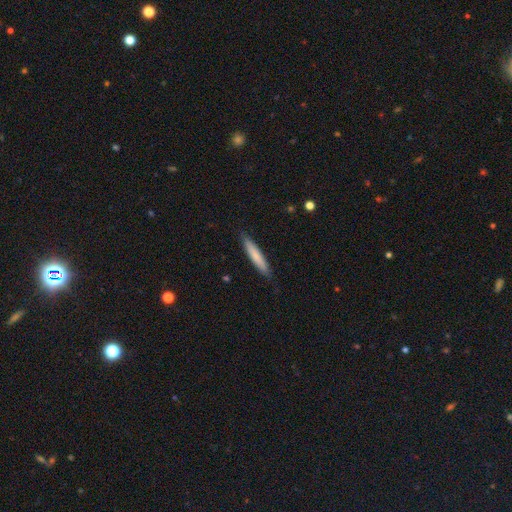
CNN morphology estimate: Smooth or featured? Predicted: smooth (p=0.77). How rounded? Predicted: cigar-shaped (p=0.91). Merging? Predicted: none (p=0.88).